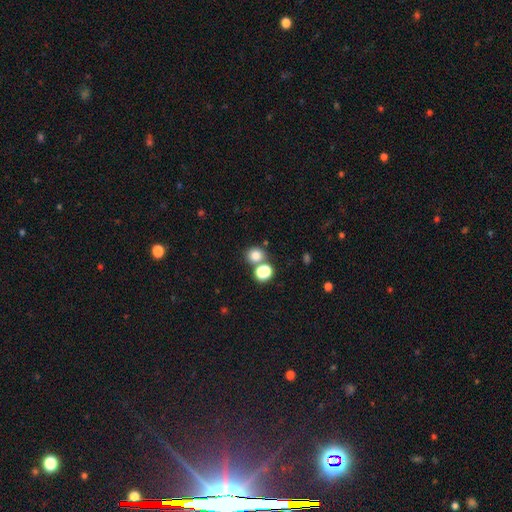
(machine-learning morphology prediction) A smooth galaxy with no disk features (78%) that is round (83%).

Vote fractions:
- Smooth or featured? smooth: 78% / star or artifact: 15% / featured or disk: 7%
- How rounded? round: 83% / in between: 16% / cigar-shaped: 1%
- Merging? none: 60% / merger: 29% / minor disturbance: 7% / major disturbance: 3%